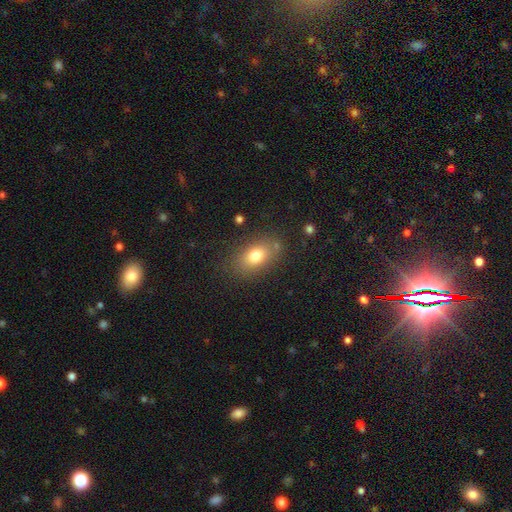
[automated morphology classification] Q: Smooth or featured?
A: smooth (78%); runner-up: featured or disk (13%)
Q: How rounded?
A: in between (84%); runner-up: round (13%)
Q: Merging?
A: none (79%); runner-up: minor disturbance (13%)